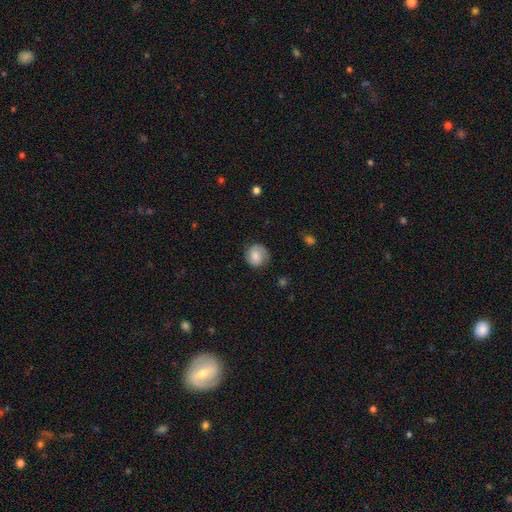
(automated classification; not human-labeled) The model was most divided on "smooth or featured": smooth: 69%, featured or disk: 23%, star or artifact: 8%. More confident: how rounded — round (83%); merging — none (74%).